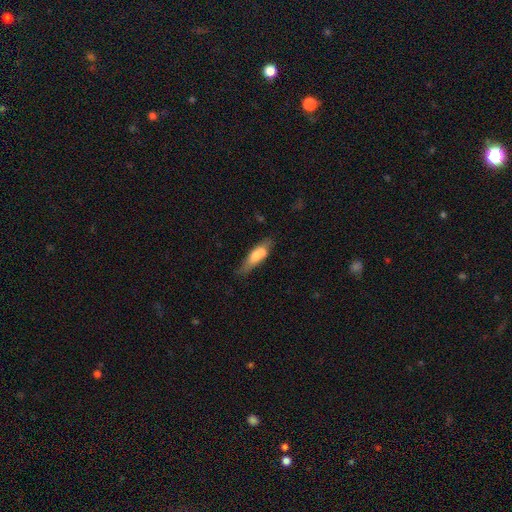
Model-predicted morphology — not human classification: smooth_or_featured: smooth (p=0.59) [alt: featured or disk p=0.34]
how_rounded: cigar-shaped (p=0.51) [alt: in between p=0.46]
merging: none (p=0.47) [alt: merger p=0.27]